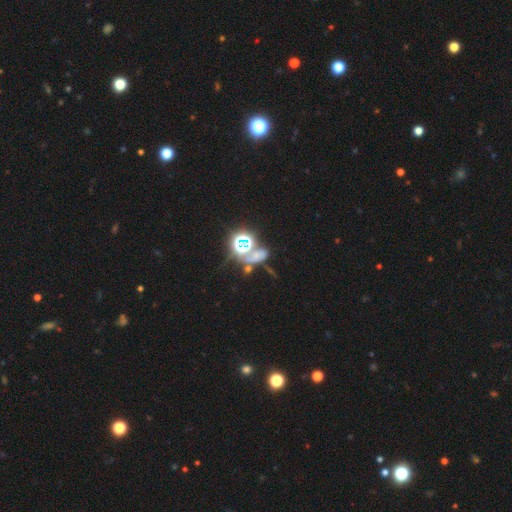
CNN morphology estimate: A star or artifact, not a galaxy (54%).

Vote fractions:
- Smooth or featured? star or artifact: 54% / smooth: 29% / featured or disk: 17%